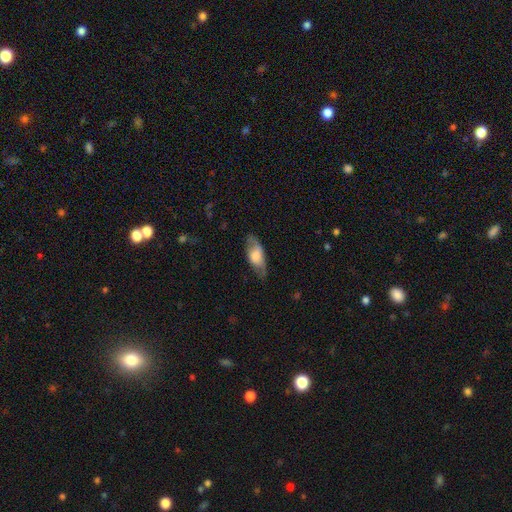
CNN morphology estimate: A smooth galaxy with no disk features (64%) that is in between round and cigar-shaped (81%). Merging: none (68%).